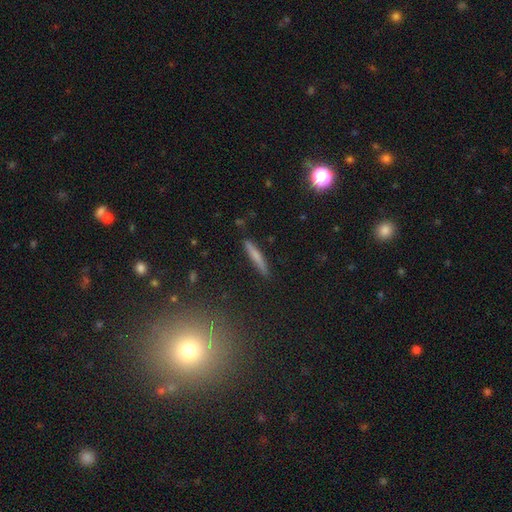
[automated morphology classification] Smooth or featured? Predicted: smooth (p=0.64). How rounded? Predicted: cigar-shaped (p=0.94). Merging? Predicted: none (p=0.88).